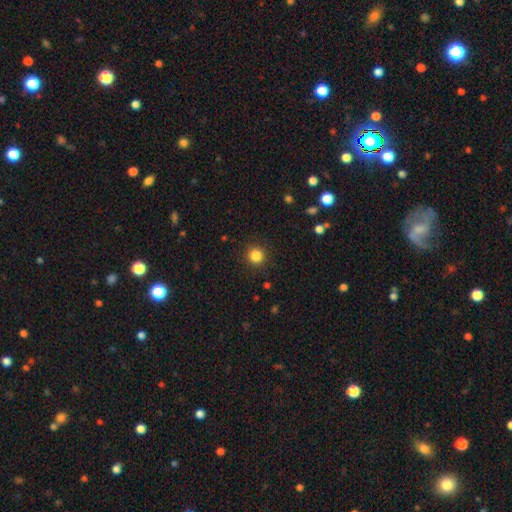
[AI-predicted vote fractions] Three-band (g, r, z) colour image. It shows a smooth galaxy with no disk features (84%) that is round (94%). Merging: none (91%).